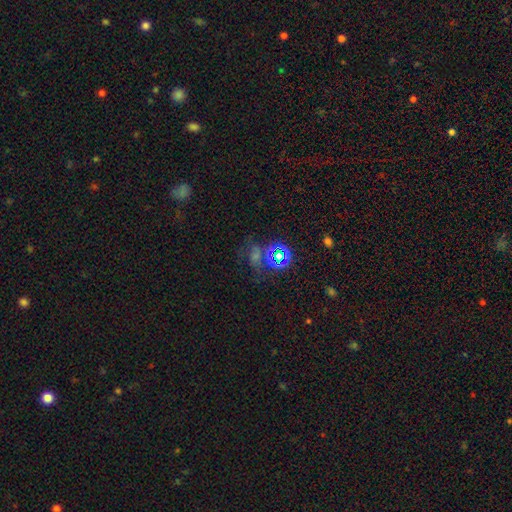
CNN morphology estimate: This appears to be a star or artifact, not a galaxy (59%).